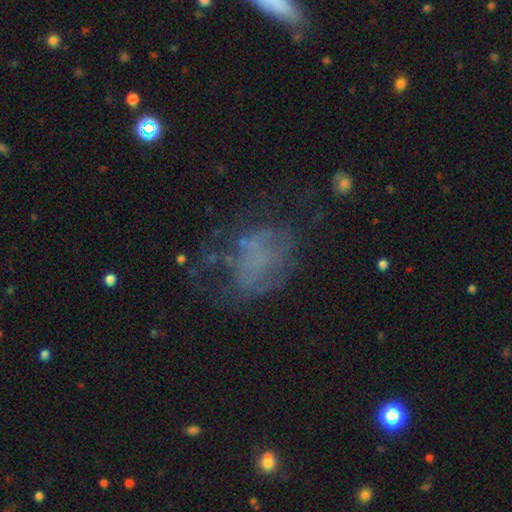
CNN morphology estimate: featured or disk 43%, smooth 34%, star or artifact 23%. Down the decision tree: merging — none (46%).